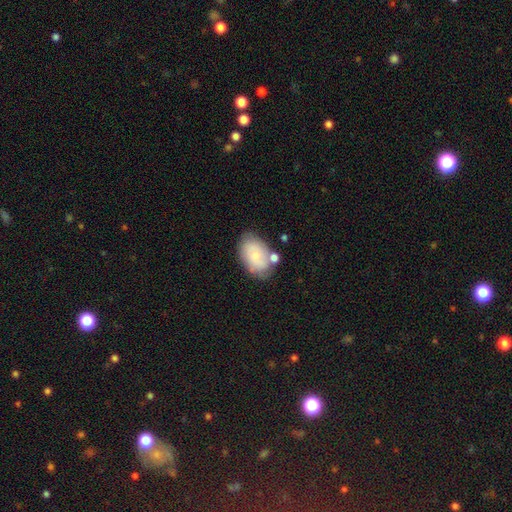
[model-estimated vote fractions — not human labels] smooth-or-featured: smooth: 69% | featured or disk: 23% | star or artifact: 7%
  how-rounded: in between: 89% | round: 10% | cigar-shaped: 1%
  merging: none: 61% | minor disturbance: 21% | merger: 12% | major disturbance: 6%